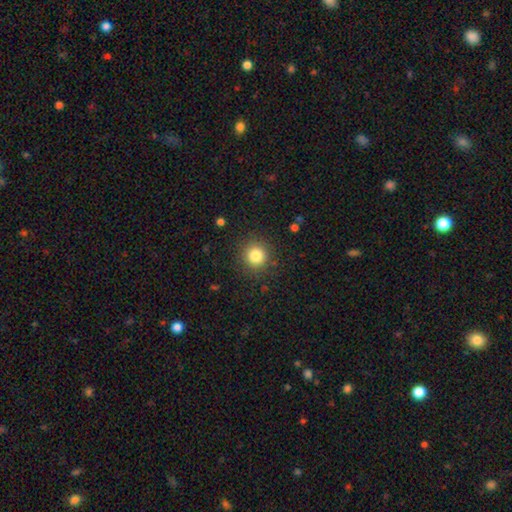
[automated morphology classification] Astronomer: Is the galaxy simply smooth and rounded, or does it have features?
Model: smooth — 82%.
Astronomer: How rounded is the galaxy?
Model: round — 94%.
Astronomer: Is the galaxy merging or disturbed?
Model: none — 89%.